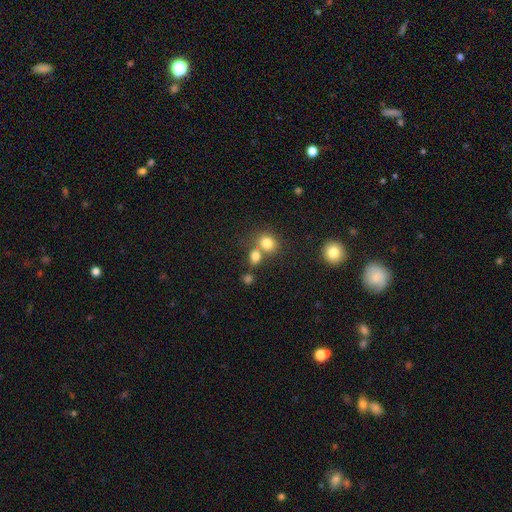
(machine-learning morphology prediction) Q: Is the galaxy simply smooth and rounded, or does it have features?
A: smooth — 77%.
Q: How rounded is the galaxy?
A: round — 60%.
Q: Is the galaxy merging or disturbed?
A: none — 47%.